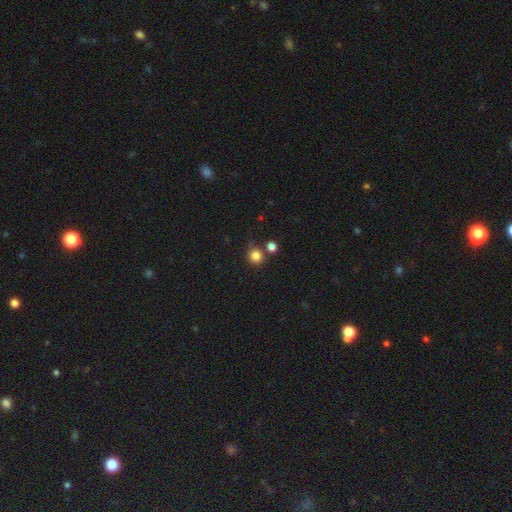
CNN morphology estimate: smooth 84%, star or artifact 12%, featured or disk 5%. Down the decision tree: how rounded — round (89%); merging — none (70%).